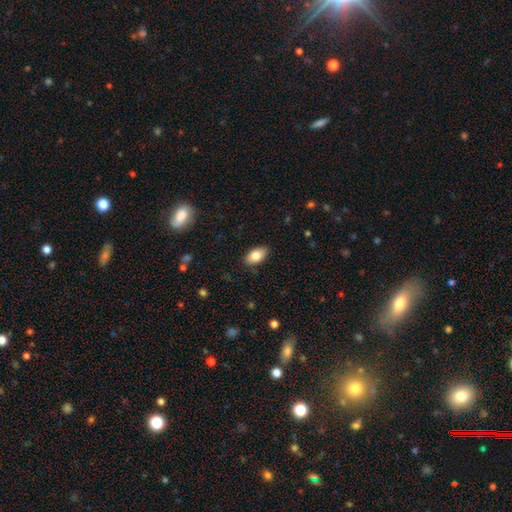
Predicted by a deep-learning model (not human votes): smooth-or-featured: smooth: 82% | featured or disk: 10% | star or artifact: 7%
  how-rounded: in between: 92% | round: 5% | cigar-shaped: 2%
  merging: none: 86% | minor disturbance: 10% | major disturbance: 2% | merger: 1%